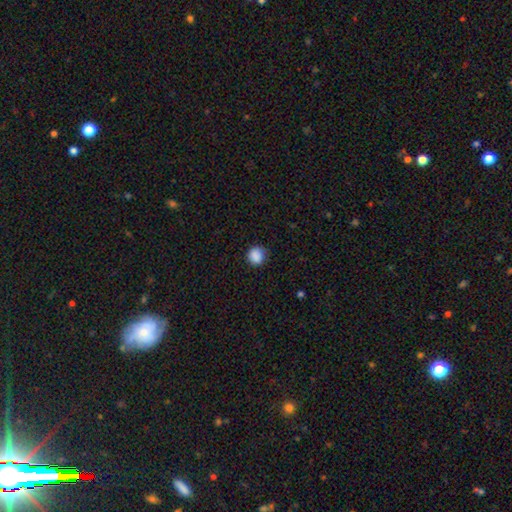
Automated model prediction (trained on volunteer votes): smooth-or-featured: smooth: 88% | star or artifact: 9% | featured or disk: 3%
  how-rounded: round: 89% | in between: 10% | cigar-shaped: 1%
  merging: none: 85% | minor disturbance: 11% | major disturbance: 3% | merger: 1%